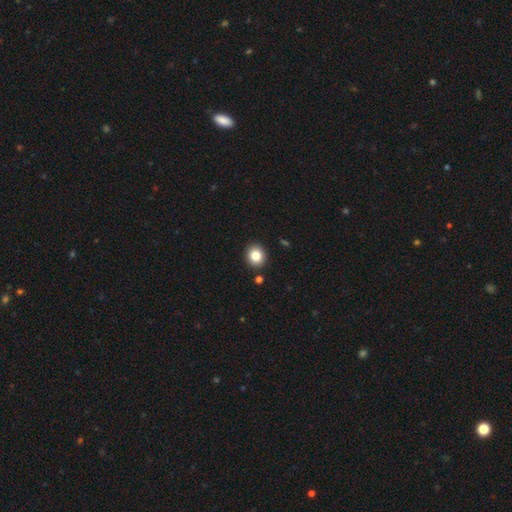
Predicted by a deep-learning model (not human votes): Smooth or featured: smooth — 83% (star or artifact — 10%)
How rounded: round — 79% (in between — 20%)
Merging: none — 90% (minor disturbance — 6%)